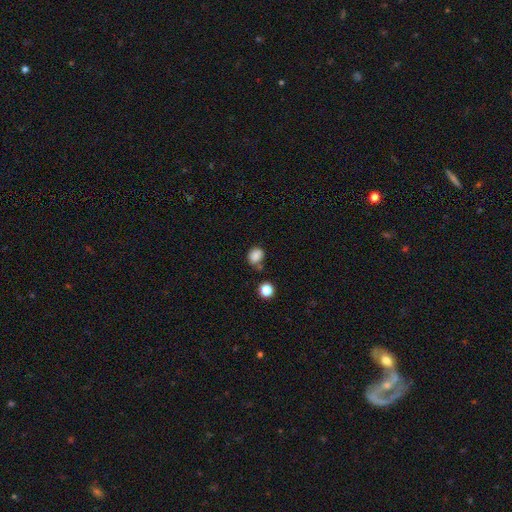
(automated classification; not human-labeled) Q: Smooth or featured?
A: smooth (84%); runner-up: star or artifact (11%)
Q: How rounded?
A: round (54%); runner-up: in between (45%)
Q: Merging?
A: none (66%); runner-up: minor disturbance (18%)